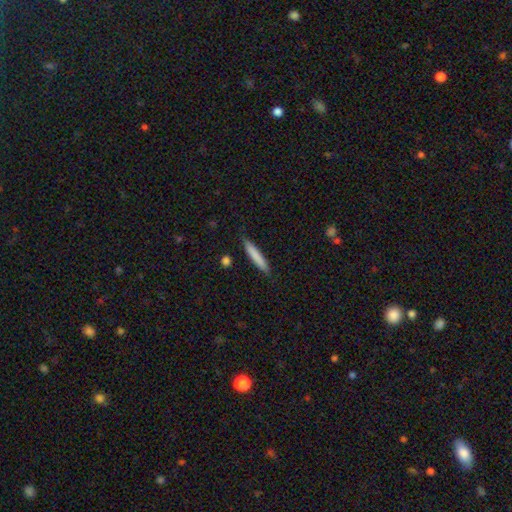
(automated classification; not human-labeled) Smooth or featured? Predicted: smooth (p=0.80). How rounded? Predicted: cigar-shaped (p=0.92). Merging? Predicted: none (p=0.85).